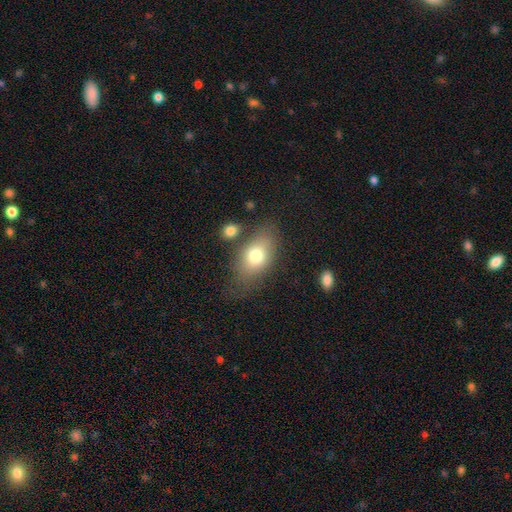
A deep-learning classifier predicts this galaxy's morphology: Smooth or featured: smooth — 74% (featured or disk — 17%)
How rounded: in between — 85% (round — 12%)
Merging: none — 63% (minor disturbance — 19%)